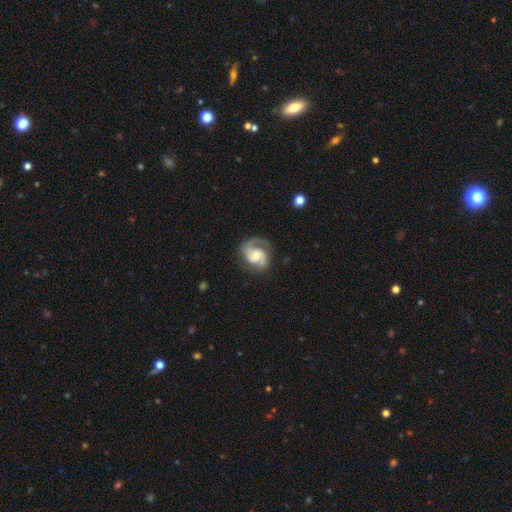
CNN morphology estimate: A featured or disk galaxy (81%) with no bar (52%), 2 (71%) medium (48%) spiral arms (95%) and a moderate central bulge (53%).

Vote fractions:
- Smooth or featured? featured or disk: 81% / smooth: 13% / star or artifact: 6%
- Edge-on disk? no: 98% / yes: 2%
- Bar? no: 52% / weak: 39% / strong: 9%
- Spiral arms? yes: 95% / no: 5%
- Spiral winding? medium: 48% / tight: 30% / loose: 22%
- Spiral arm count? 2: 71% / 1: 18% / can't tell: 6% / 3: 3% / 4: 1% / more than 4: 1%
- Bulge size? moderate: 53% / small: 36% / large: 6% / none: 3% / dominant: 1%
- Merging? none: 62% / minor disturbance: 21% / major disturbance: 15% / merger: 2%